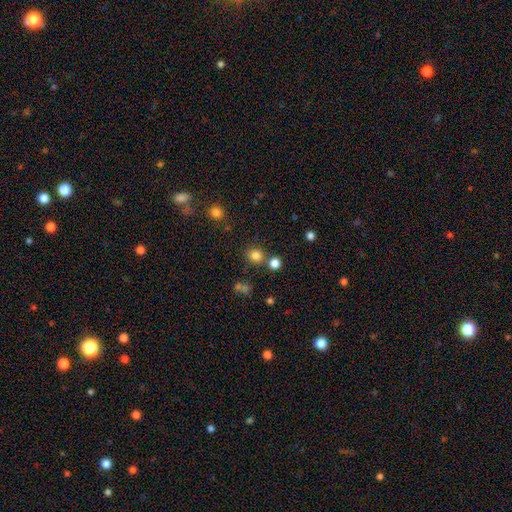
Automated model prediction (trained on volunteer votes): smooth-or-featured: smooth: 79% | star or artifact: 16% | featured or disk: 5%
  how-rounded: round: 88% | in between: 11% | cigar-shaped: 1%
  merging: none: 77% | merger: 12% | minor disturbance: 8% | major disturbance: 3%